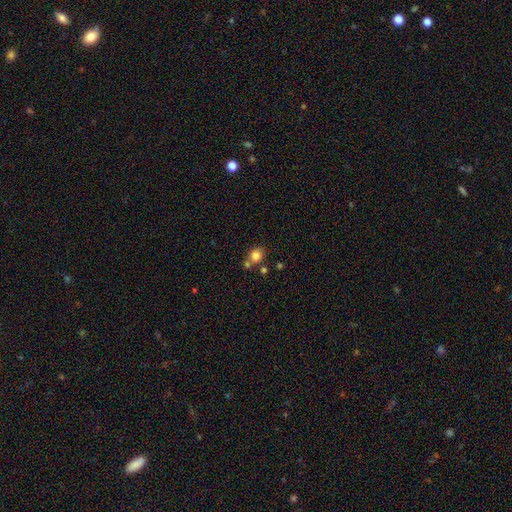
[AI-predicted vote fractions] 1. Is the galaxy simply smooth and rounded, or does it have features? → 80% smooth, 12% star or artifact, 8% featured or disk.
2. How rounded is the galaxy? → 76% round, 23% in between, 1% cigar-shaped.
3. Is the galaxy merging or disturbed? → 60% none, 24% merger, 11% minor disturbance, 4% major disturbance.